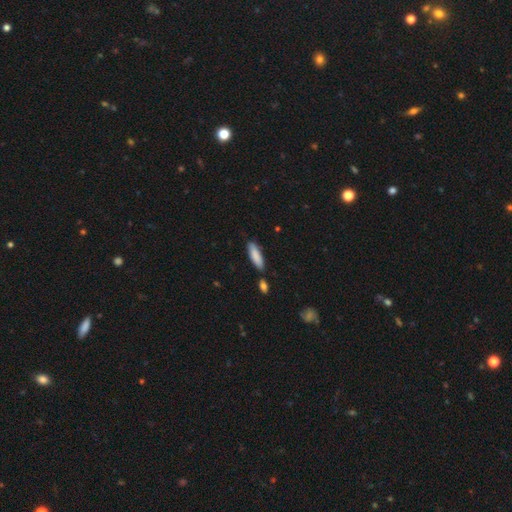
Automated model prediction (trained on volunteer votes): The model was most divided on "how rounded": cigar-shaped: 57%, in between: 41%, round: 1%. More confident: smooth or featured — smooth (86%); merging — none (78%).